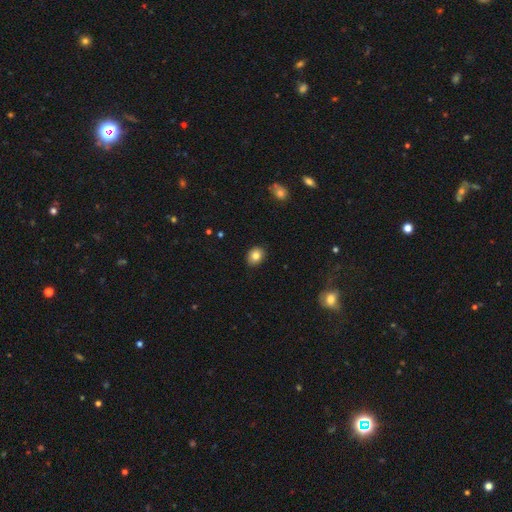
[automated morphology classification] Smooth or featured?
  - smooth: 82% *
  - star or artifact: 9%
  - featured or disk: 9%
How rounded?
  - in between: 53% *
  - round: 46%
  - cigar-shaped: 1%
Merging?
  - none: 88% *
  - minor disturbance: 9%
  - major disturbance: 2%
  - merger: 1%